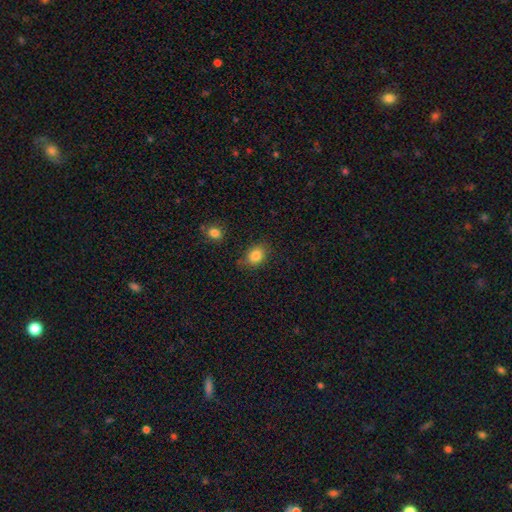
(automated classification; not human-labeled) A smooth galaxy with no disk features (84%) that is in between round and cigar-shaped (59%). Merging: none (76%).